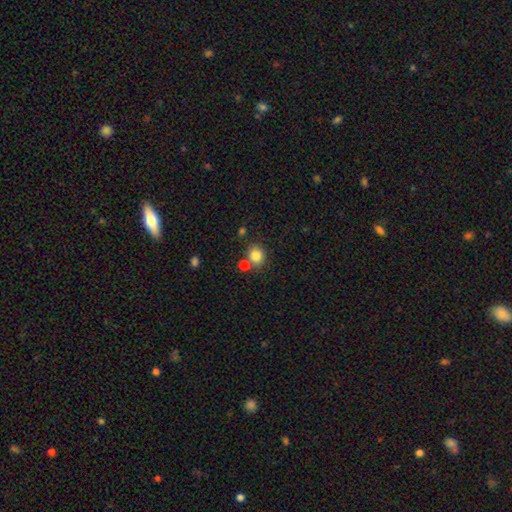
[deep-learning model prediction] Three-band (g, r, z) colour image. It shows a smooth galaxy with no disk features (83%) that is round (74%). Merging: none (68%).